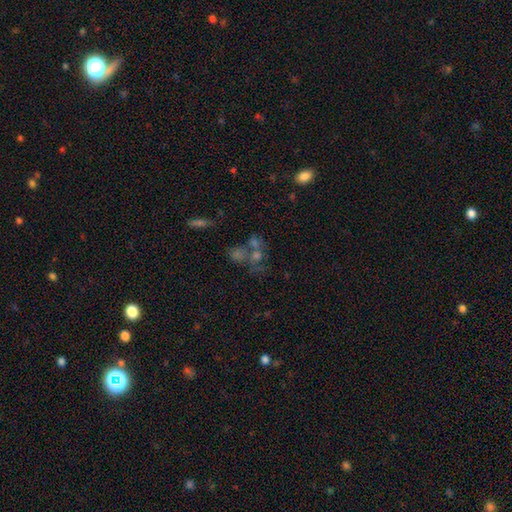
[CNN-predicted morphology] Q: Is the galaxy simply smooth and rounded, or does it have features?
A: smooth — 42%.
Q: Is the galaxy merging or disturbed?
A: merger — 45%.